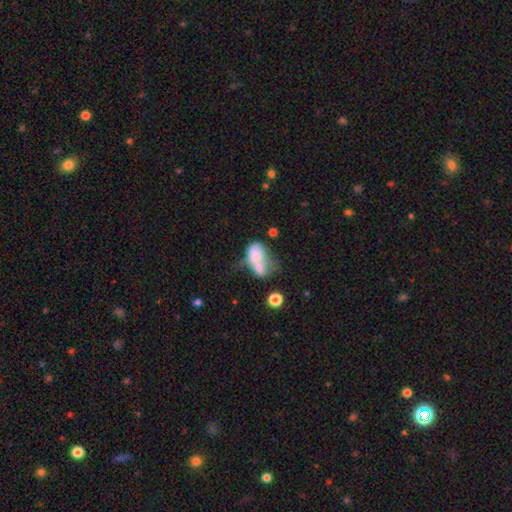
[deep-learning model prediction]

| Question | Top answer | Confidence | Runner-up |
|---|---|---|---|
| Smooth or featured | smooth | 65% | featured or disk (26%) |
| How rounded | in between | 76% | round (22%) |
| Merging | merger | 64% | none (13%) |